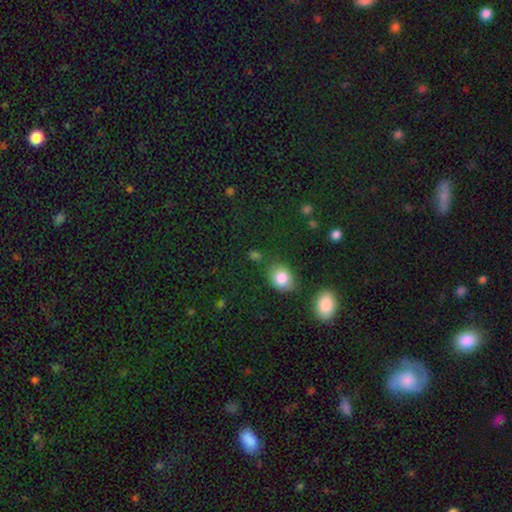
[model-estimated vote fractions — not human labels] This appears to be a smooth galaxy with no disk features (80%) that is round (50%). Merging: none (79%).